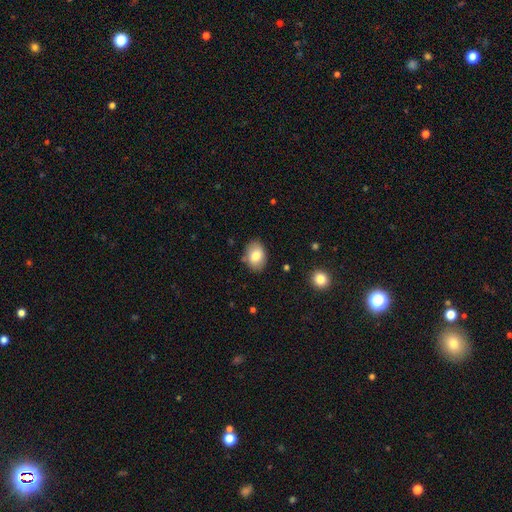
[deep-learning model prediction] This is clearly a smooth galaxy (81%). How rounded: likely in between (77%). Merging: clearly none (82%).